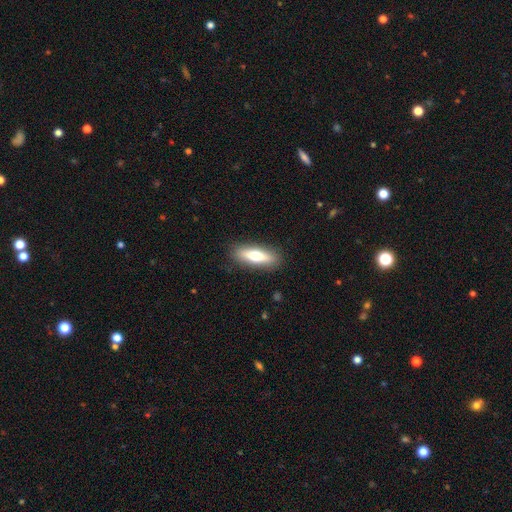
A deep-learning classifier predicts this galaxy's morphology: The model was most divided on "how rounded": cigar-shaped: 52%, in between: 46%, round: 2%. More confident: merging — none (88%); smooth or featured — smooth (63%).